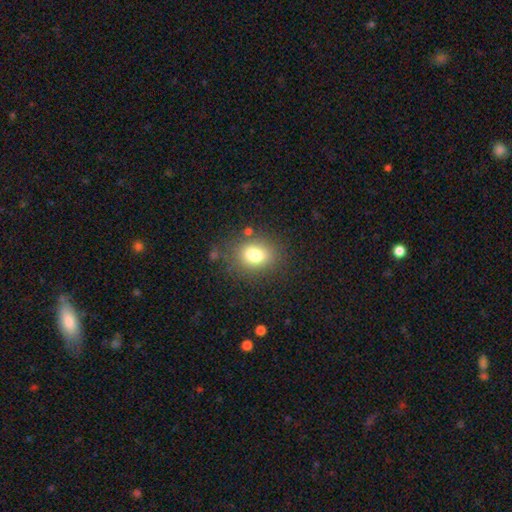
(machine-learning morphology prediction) A smooth galaxy with no disk features (75%) that is in between round and cigar-shaped (57%).

Vote fractions:
- Smooth or featured? smooth: 75% / featured or disk: 13% / star or artifact: 12%
- How rounded? in between: 57% / round: 42% / cigar-shaped: 1%
- Merging? none: 69% / minor disturbance: 15% / merger: 9% / major disturbance: 6%